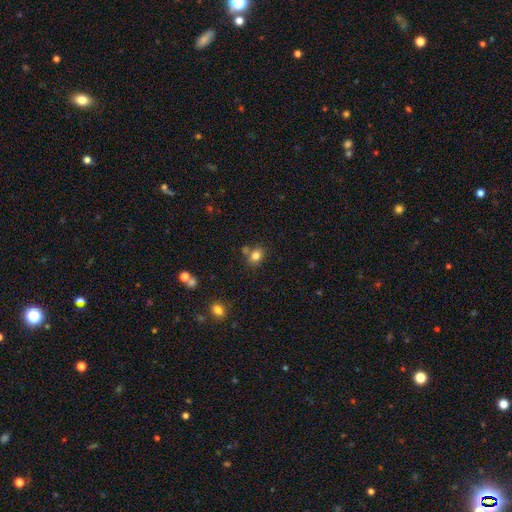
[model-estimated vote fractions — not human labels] This is clearly a smooth galaxy (81%). How rounded: possibly in between (56%). Merging: likely none (66%).